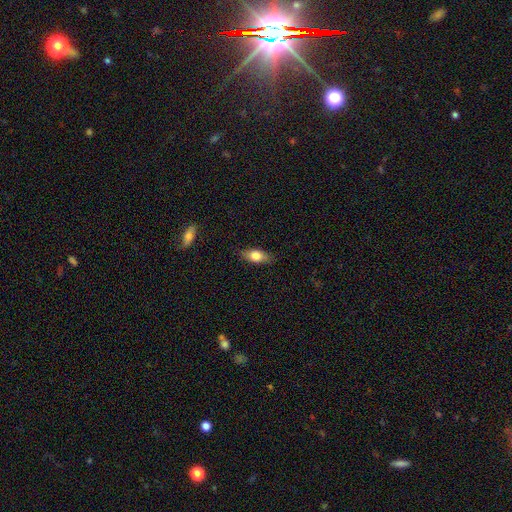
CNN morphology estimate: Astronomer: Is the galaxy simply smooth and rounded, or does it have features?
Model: smooth — 72%.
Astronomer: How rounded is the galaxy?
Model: in between — 81%.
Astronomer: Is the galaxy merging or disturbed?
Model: none — 83%.